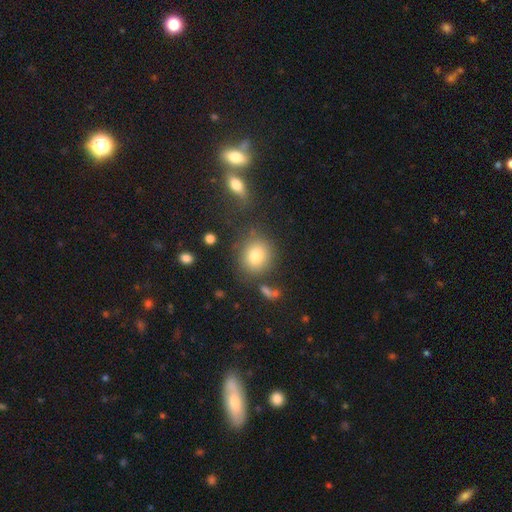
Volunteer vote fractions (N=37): Smooth or featured? smooth (92%)
How rounded? round (91%)
Merging? none (76%)